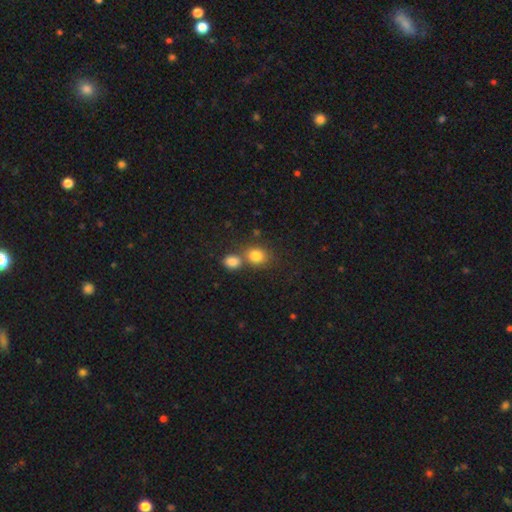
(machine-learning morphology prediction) Smooth or featured?
  - smooth: 82% *
  - star or artifact: 11%
  - featured or disk: 8%
How rounded?
  - round: 62% *
  - in between: 37%
  - cigar-shaped: 1%
Merging?
  - none: 48% *
  - merger: 40%
  - minor disturbance: 9%
  - major disturbance: 3%